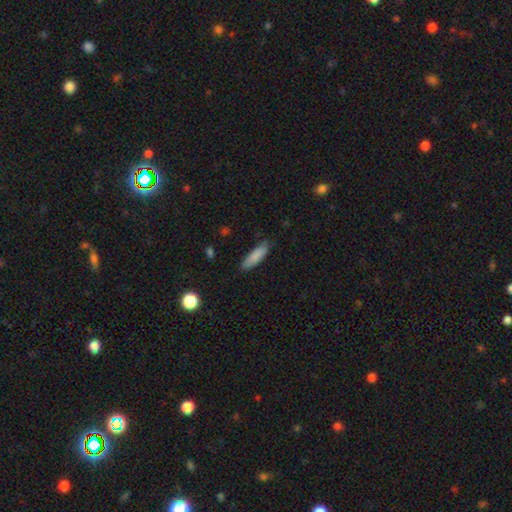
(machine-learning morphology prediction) type=smooth (85%); roundness=cigar-shaped (65%); merging=none (81%).